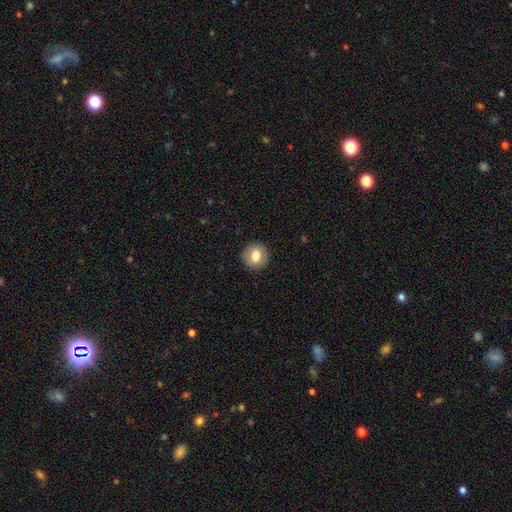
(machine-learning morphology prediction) Overall: smooth (76%). How rounded: round (88%). Merging: none (91%).